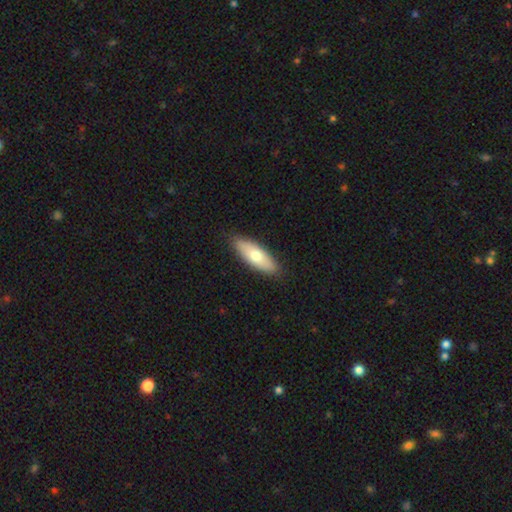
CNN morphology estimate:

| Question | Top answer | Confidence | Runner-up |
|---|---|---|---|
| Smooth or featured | smooth | 68% | featured or disk (27%) |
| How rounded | in between | 62% | cigar-shaped (35%) |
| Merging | none | 87% | minor disturbance (10%) |